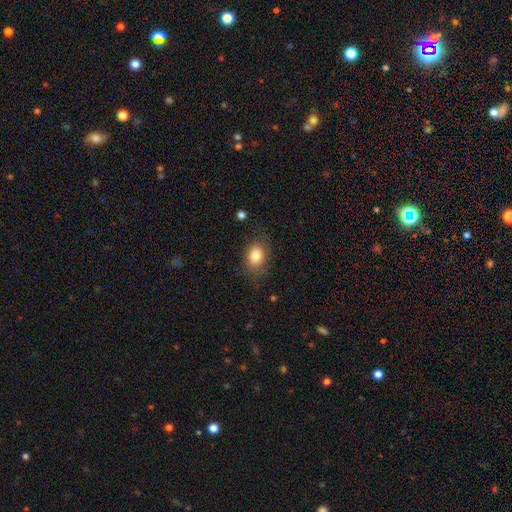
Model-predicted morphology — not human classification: smooth 82%, featured or disk 9%, star or artifact 9%. Down the decision tree: how rounded — in between (73%); merging — none (75%).